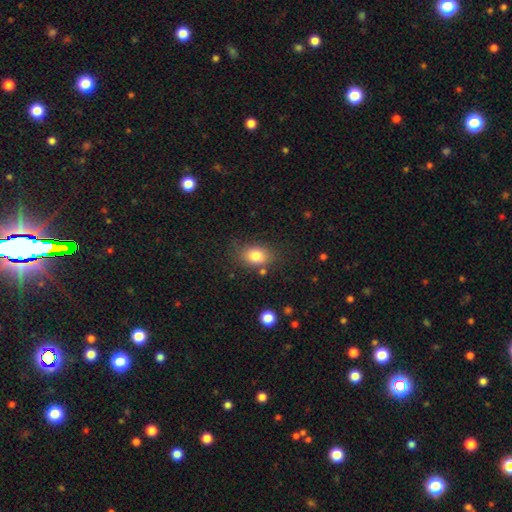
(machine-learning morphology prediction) Smooth or featured? smooth (81%)
How rounded? in between (68%)
Merging? none (75%)